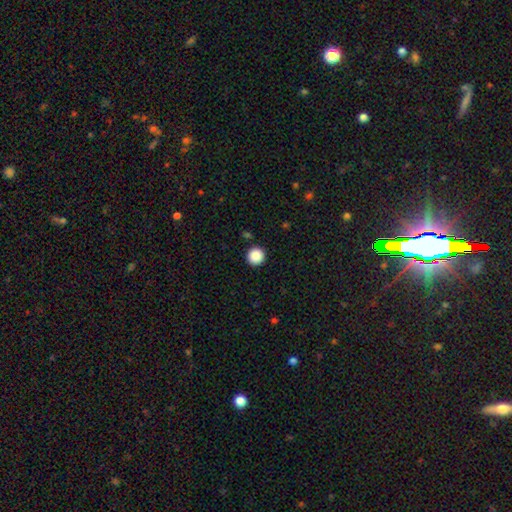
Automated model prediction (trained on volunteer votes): The model was most divided on "smooth or featured": smooth: 89%, star or artifact: 9%, featured or disk: 2%. More confident: how rounded — round (96%); merging — none (92%).